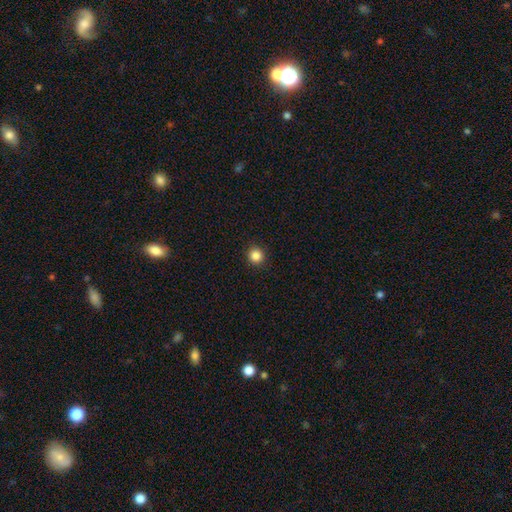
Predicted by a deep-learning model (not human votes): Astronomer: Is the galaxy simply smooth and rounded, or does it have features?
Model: smooth — 85%.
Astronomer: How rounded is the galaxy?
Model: round — 93%.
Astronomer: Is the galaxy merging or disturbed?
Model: none — 93%.